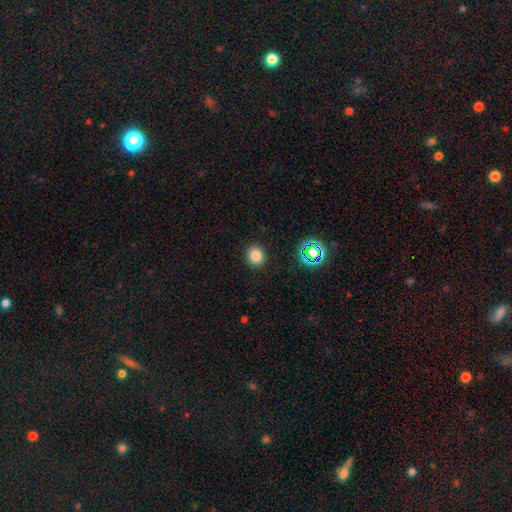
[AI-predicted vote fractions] Smooth or featured?
  - smooth: 80% *
  - star or artifact: 15%
  - featured or disk: 5%
How rounded?
  - round: 80% *
  - in between: 19%
  - cigar-shaped: 1%
Merging?
  - none: 90% *
  - minor disturbance: 6%
  - major disturbance: 2%
  - merger: 1%